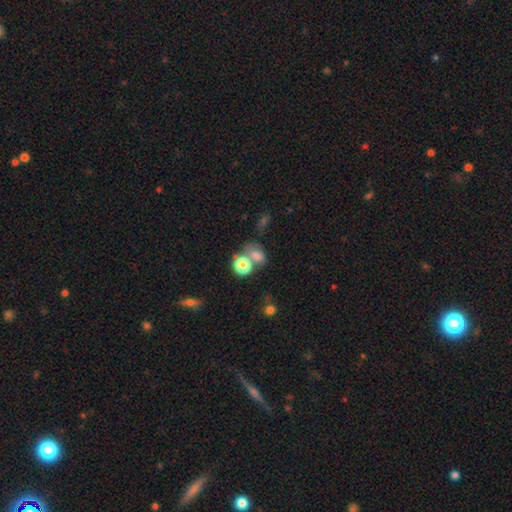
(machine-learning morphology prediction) The model was most divided on "how rounded": in between: 52%, round: 47%, cigar-shaped: 1%. Remaining: smooth or featured — smooth (71%); merging — merger (44%).